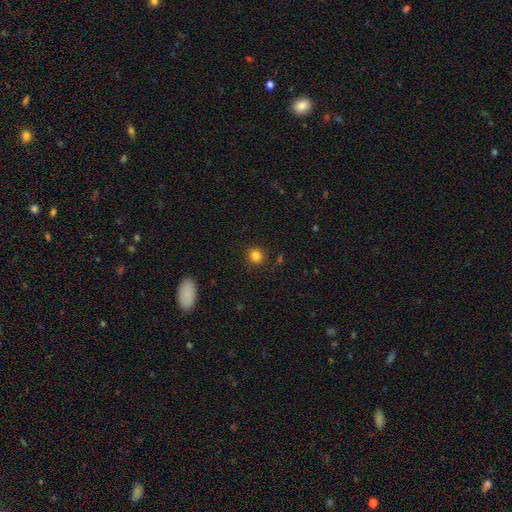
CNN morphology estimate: This is clearly a smooth galaxy (84%). How rounded: clearly round (90%). Merging: clearly none (89%).